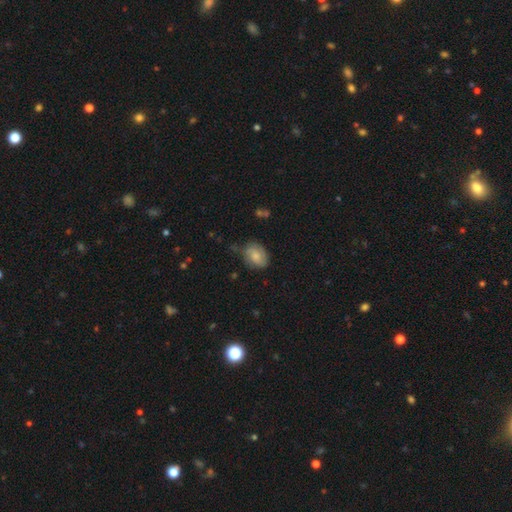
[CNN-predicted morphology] Overall: smooth (70%). How rounded: in between (65%; round 34%). Merging: none (62%; minor disturbance 29%).